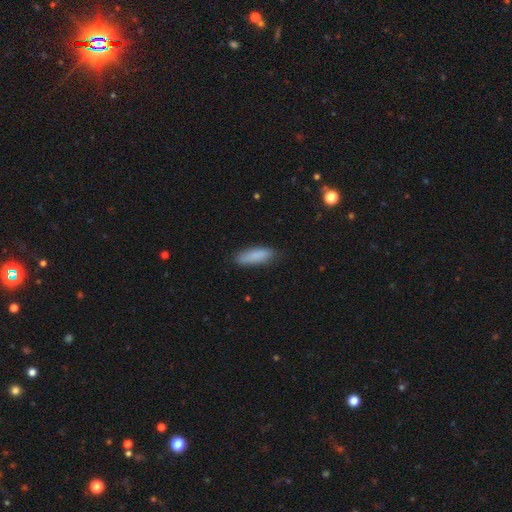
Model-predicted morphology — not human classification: Q: Smooth or featured?
A: smooth (86%); runner-up: featured or disk (7%)
Q: How rounded?
A: cigar-shaped (49%); tied with: in between (49%)
Q: Merging?
A: none (82%); runner-up: minor disturbance (14%)